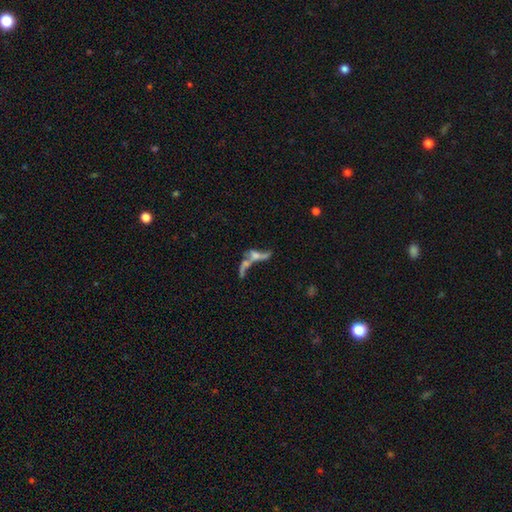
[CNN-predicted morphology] smooth_or_featured: featured or disk (p=0.50) [alt: smooth p=0.33]
disk_edge_on: no (p=0.85) [alt: yes p=0.15]
merging: merger (p=0.57) [alt: major disturbance p=0.20]